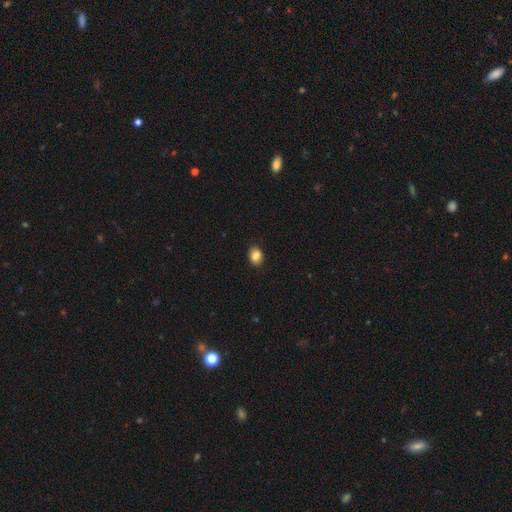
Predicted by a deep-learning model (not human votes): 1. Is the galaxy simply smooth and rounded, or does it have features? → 87% smooth, 9% star or artifact, 4% featured or disk.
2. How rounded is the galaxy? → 53% in between, 46% round, 1% cigar-shaped.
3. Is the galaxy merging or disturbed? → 89% none, 8% minor disturbance, 2% major disturbance, 1% merger.